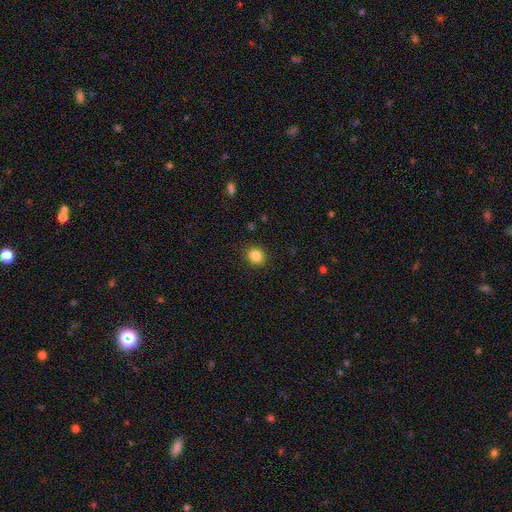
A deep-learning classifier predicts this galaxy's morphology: type=smooth (85%); roundness=round (80%); merging=none (90%).